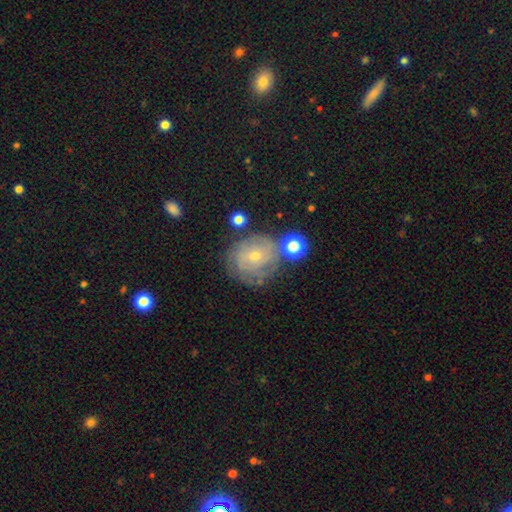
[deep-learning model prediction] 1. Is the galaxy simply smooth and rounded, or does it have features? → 64% featured or disk, 24% smooth, 11% star or artifact.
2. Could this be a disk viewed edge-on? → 97% no, 3% yes.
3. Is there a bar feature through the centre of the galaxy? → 74% no, 21% weak, 4% strong.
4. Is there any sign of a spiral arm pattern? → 84% yes, 16% no.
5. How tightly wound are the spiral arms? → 68% tight, 25% medium, 8% loose.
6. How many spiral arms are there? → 49% can't tell, 16% 3, 15% 2, 10% 4, 5% more than 4, 5% 1.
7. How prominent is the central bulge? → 74% small, 23% moderate, 1% none, 1% large, 1% dominant.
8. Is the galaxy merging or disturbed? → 66% none, 19% minor disturbance, 9% major disturbance, 7% merger.